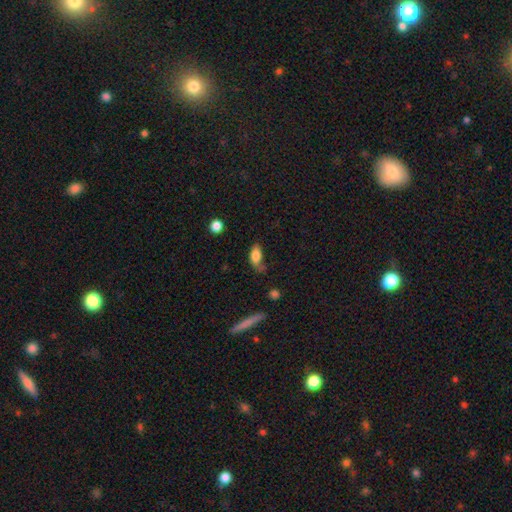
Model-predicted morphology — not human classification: smooth_or_featured: smooth (p=0.79) [alt: featured or disk p=0.13]
how_rounded: in between (p=0.85) [alt: cigar-shaped p=0.09]
merging: none (p=0.40) [alt: minor disturbance p=0.34]